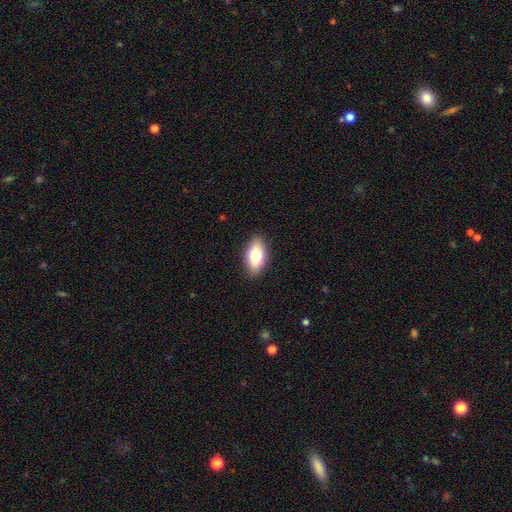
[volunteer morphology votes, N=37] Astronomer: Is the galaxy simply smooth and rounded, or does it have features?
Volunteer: smooth — 65%.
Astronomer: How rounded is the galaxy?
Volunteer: in between — 88%.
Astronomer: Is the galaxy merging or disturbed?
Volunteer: none — 91%.